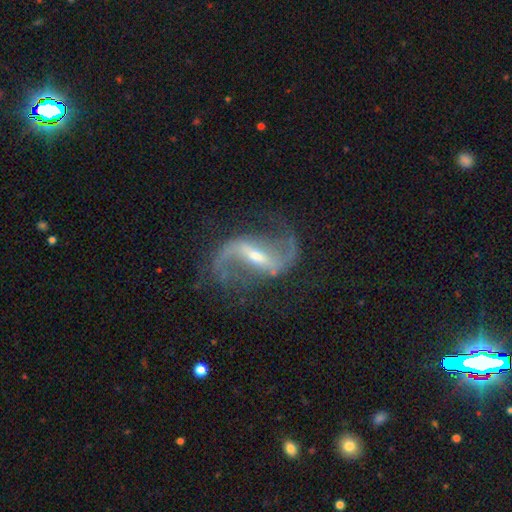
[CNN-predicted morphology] Overall: featured or disk (92%). Edge-on disk: no (97%). Bar: strong (54%; weak 36%). Spiral arms: yes (97%). Spiral arm count: 2 (94%). Spiral winding: loose (68%). Bulge size: small (57%; moderate 36%). Merging: none (77%).